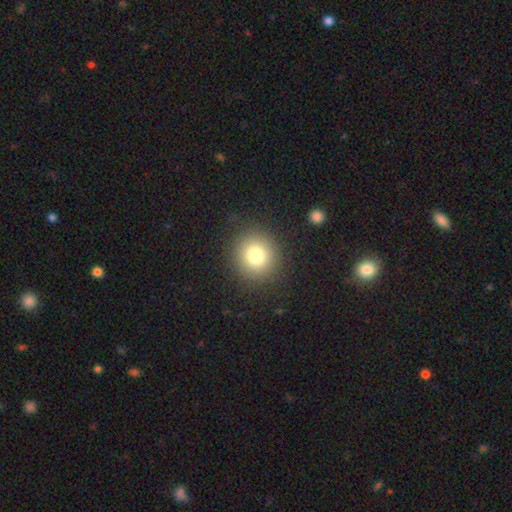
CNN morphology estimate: The model was most divided on "smooth or featured": smooth: 79%, star or artifact: 12%, featured or disk: 9%. More confident: how rounded — round (89%); merging — none (88%).